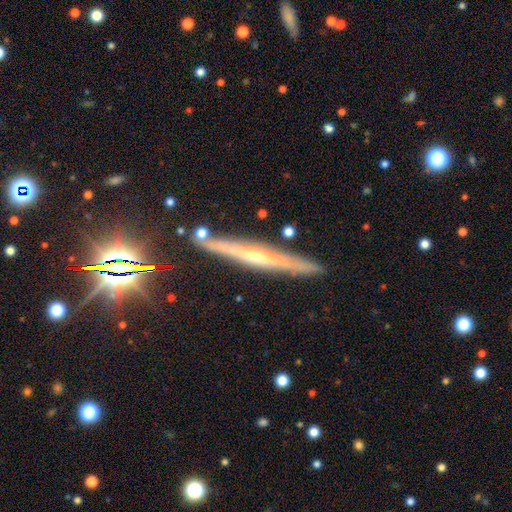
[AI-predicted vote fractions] This is likely a featured or disk galaxy (68%). It is clearly viewed edge-on (94%). Edge-on bulge: likely rounded (67%). Merging: clearly none (85%).